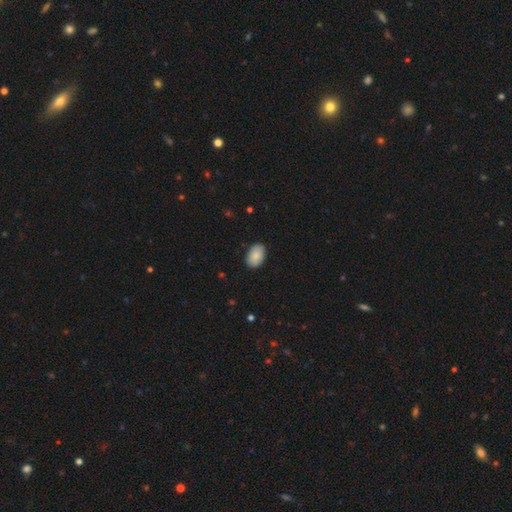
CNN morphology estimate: type=smooth (88%); roundness=in between (89%); merging=none (87%).